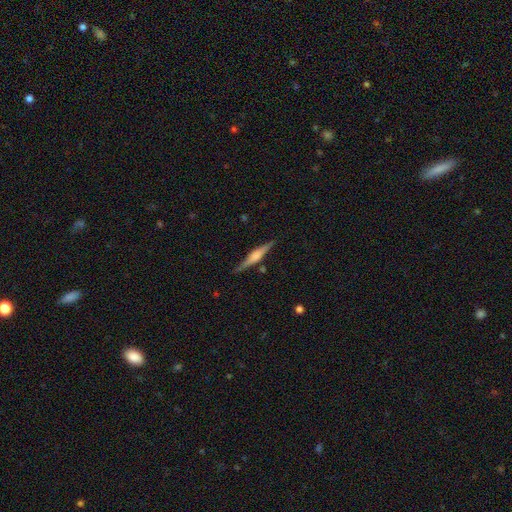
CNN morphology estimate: Smooth or featured: featured or disk — 71% (smooth — 23%)
Edge-on disk: yes — 98% (no — 2%)
Edge-on bulge: rounded — 69% (boxy — 24%)
Merging: none — 86% (minor disturbance — 10%)